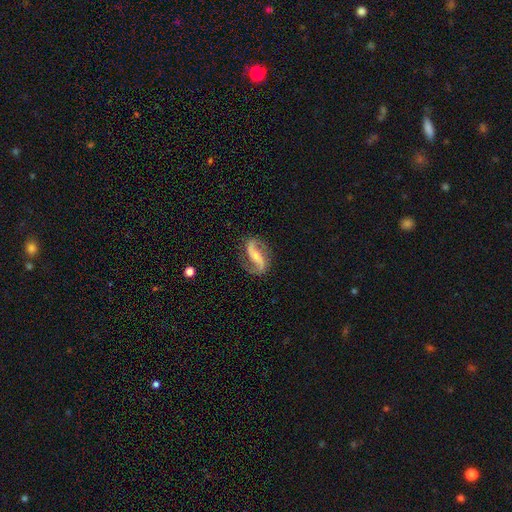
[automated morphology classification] Overall: featured or disk (89%). Edge-on disk: no (96%). Bar: strong (40%; weak 31%). Spiral arms: yes (97%). Spiral arm count: 2 (93%). Spiral winding: loose (61%; medium 30%). Bulge size: small (61%; moderate 32%). Merging: none (81%).